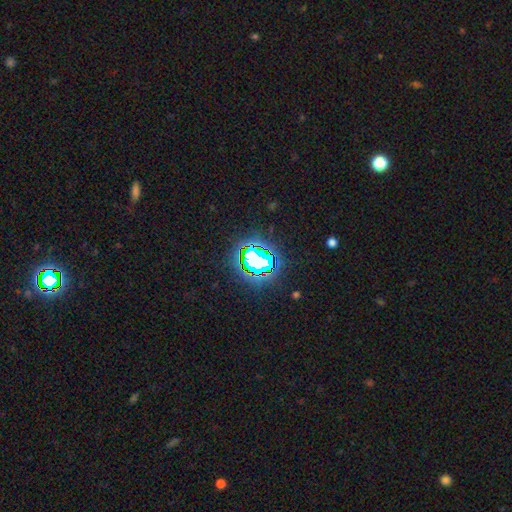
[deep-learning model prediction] A star or artifact, not a galaxy (74%).

Vote fractions:
- Smooth or featured? star or artifact: 74% / smooth: 16% / featured or disk: 10%